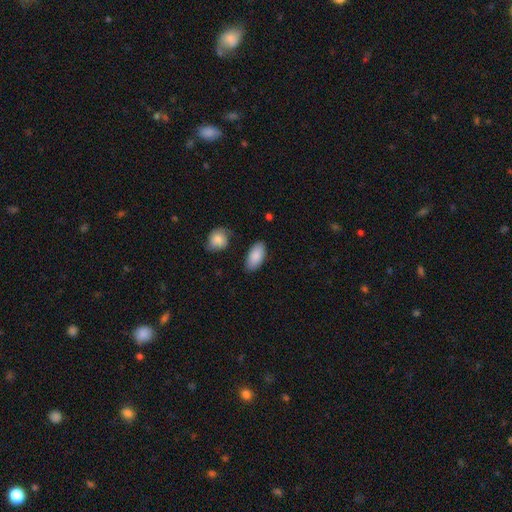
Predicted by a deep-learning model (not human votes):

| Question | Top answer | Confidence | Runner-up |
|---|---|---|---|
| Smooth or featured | smooth | 88% | featured or disk (6%) |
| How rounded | in between | 94% | cigar-shaped (4%) |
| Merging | none | 82% | minor disturbance (12%) |